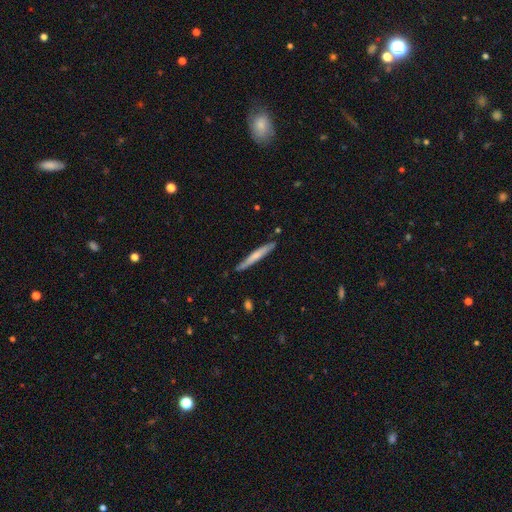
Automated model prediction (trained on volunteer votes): Q: Smooth or featured?
A: smooth (57%); runner-up: featured or disk (37%)
Q: How rounded?
A: cigar-shaped (96%); runner-up: in between (3%)
Q: Merging?
A: none (86%); runner-up: minor disturbance (11%)